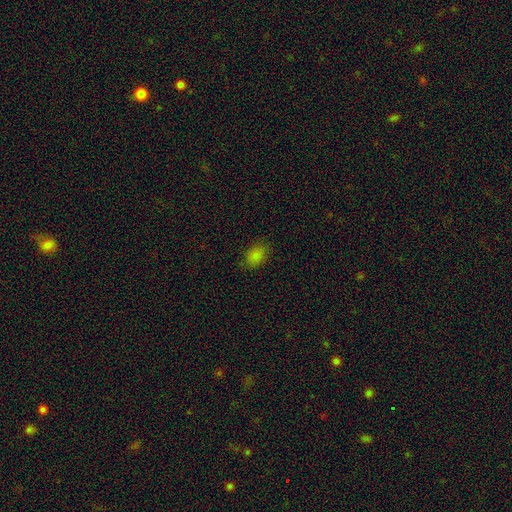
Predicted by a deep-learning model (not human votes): This is clearly a smooth galaxy (83%). How rounded: clearly in between (82%). Merging: clearly none (82%).